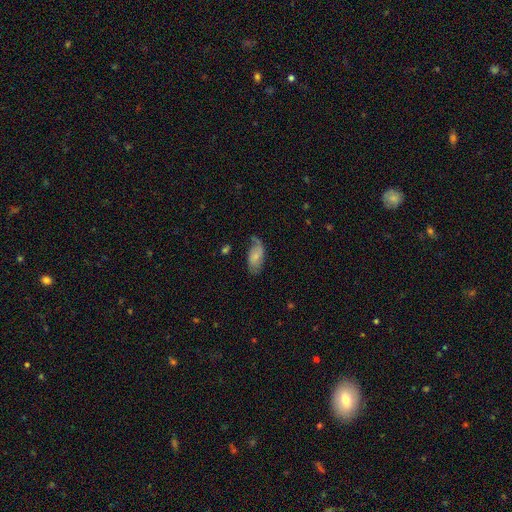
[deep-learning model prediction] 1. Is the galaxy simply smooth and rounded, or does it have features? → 55% smooth, 37% featured or disk, 7% star or artifact.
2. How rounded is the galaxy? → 92% in between, 5% cigar-shaped, 3% round.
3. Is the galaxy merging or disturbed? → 50% none, 31% minor disturbance, 16% major disturbance, 3% merger.